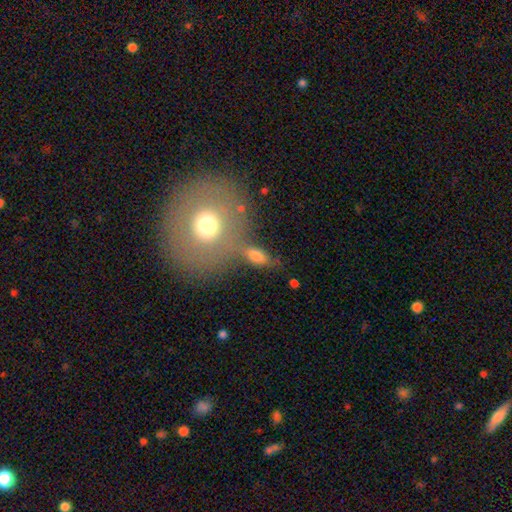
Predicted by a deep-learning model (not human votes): Smooth or featured?
  - smooth: 65% *
  - featured or disk: 23%
  - star or artifact: 12%
How rounded?
  - in between: 64% *
  - round: 25%
  - cigar-shaped: 10%
Merging?
  - none: 54% *
  - merger: 25%
  - minor disturbance: 13%
  - major disturbance: 8%